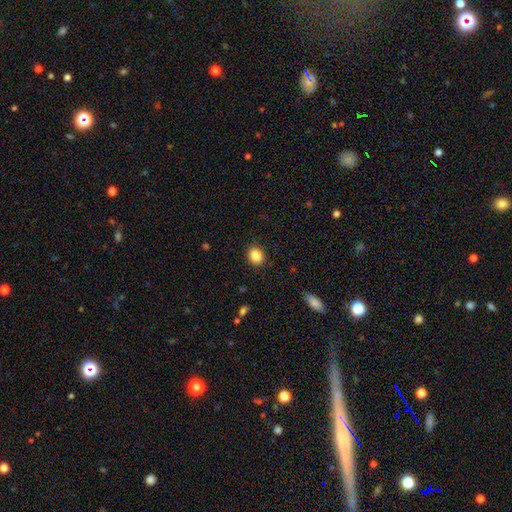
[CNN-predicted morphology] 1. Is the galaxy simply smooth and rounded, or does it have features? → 86% smooth, 9% star or artifact, 5% featured or disk.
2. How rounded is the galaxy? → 53% round, 46% in between, 1% cigar-shaped.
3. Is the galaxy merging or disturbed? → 89% none, 8% minor disturbance, 2% major disturbance, 1% merger.